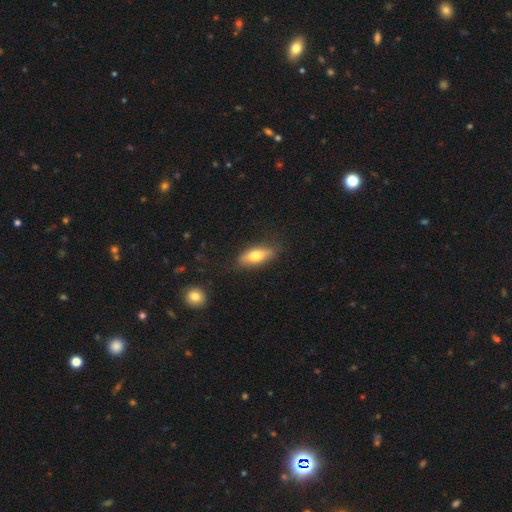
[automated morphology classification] Smooth or featured: smooth — 69% (featured or disk — 25%)
How rounded: in between — 71% (cigar-shaped — 25%)
Merging: none — 81% (minor disturbance — 14%)